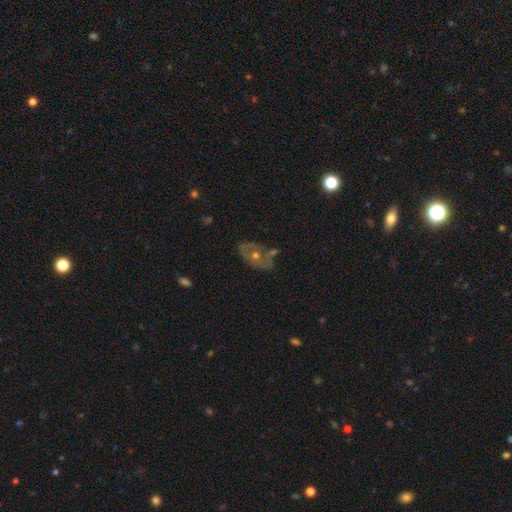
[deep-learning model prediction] A featured or disk galaxy (59%) with no bar (88%), no spiral arms (70%) and a moderate central bulge (62%).

Vote fractions:
- Smooth or featured? featured or disk: 59% / smooth: 29% / star or artifact: 12%
- Edge-on disk? no: 90% / yes: 10%
- Bar? no: 88% / weak: 9% / strong: 3%
- Spiral arms? no: 70% / yes: 30%
- Bulge size? moderate: 62% / small: 33% / large: 2% / none: 1% / dominant: 1%
- Merging? none: 62% / minor disturbance: 20% / merger: 10% / major disturbance: 8%